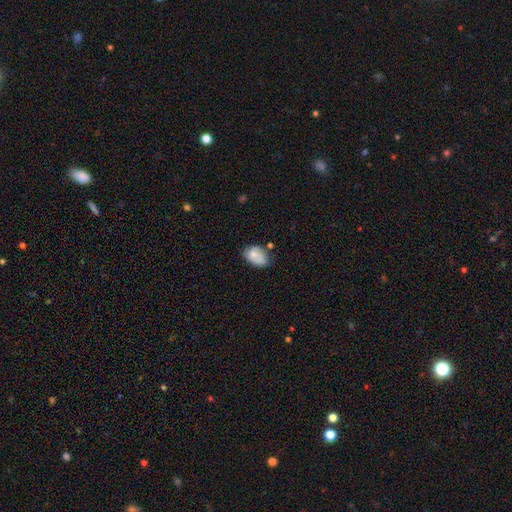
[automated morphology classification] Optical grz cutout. It shows a smooth galaxy with no disk features (69%) that is in between round and cigar-shaped (82%). Merging: none (53%).